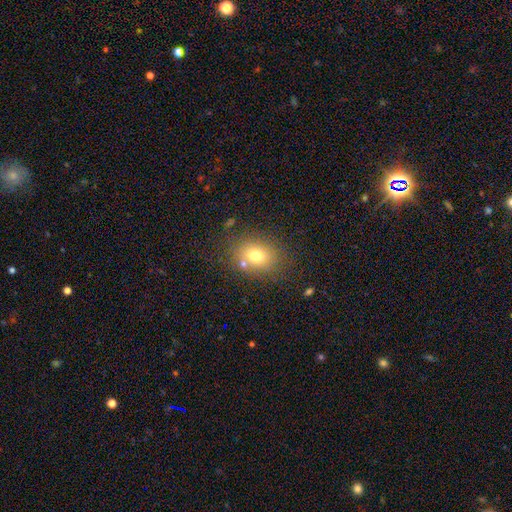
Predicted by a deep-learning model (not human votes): smooth-or-featured: smooth: 73% | featured or disk: 14% | star or artifact: 13%
  how-rounded: in between: 53% | round: 46% | cigar-shaped: 1%
  merging: none: 74% | minor disturbance: 13% | merger: 8% | major disturbance: 5%